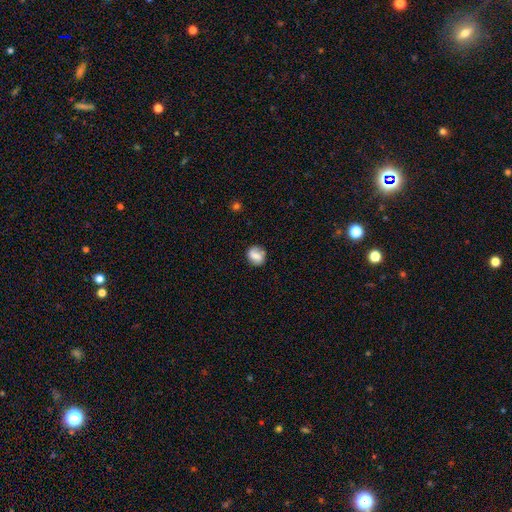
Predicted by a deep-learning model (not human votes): Overall: smooth (73%). How rounded: round (71%). Merging: none (75%).